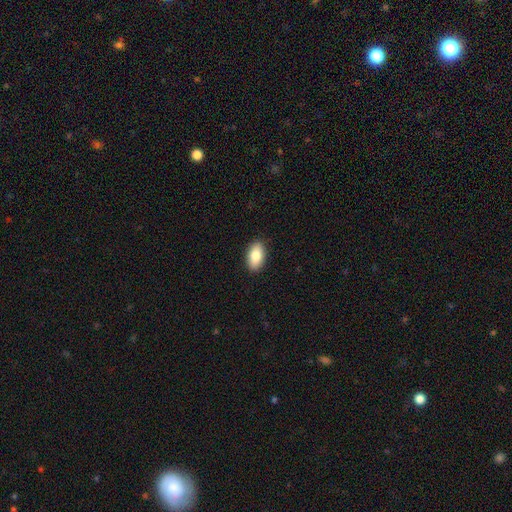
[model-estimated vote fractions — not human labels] This is clearly a smooth galaxy (82%). How rounded: clearly in between (92%). Merging: clearly none (90%).